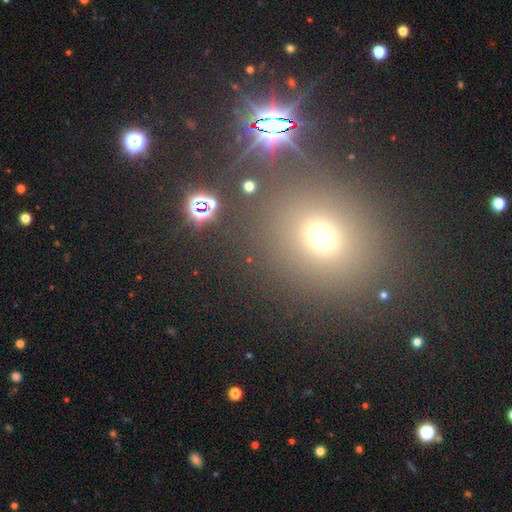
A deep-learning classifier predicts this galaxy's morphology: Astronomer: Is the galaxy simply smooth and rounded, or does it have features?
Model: smooth — 51% (runner-up: star or artifact, 40%).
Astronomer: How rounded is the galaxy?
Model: round — 74%.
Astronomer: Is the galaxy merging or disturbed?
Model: none — 83%.